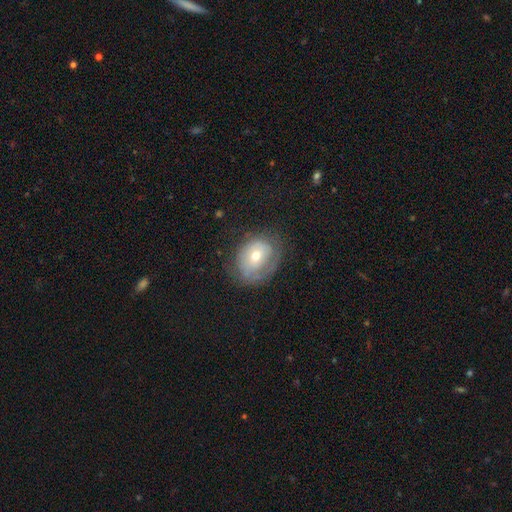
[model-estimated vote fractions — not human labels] smooth-or-featured: smooth: 49% | featured or disk: 42% | star or artifact: 9%
  merging: none: 58% | minor disturbance: 25% | major disturbance: 16% | merger: 2%